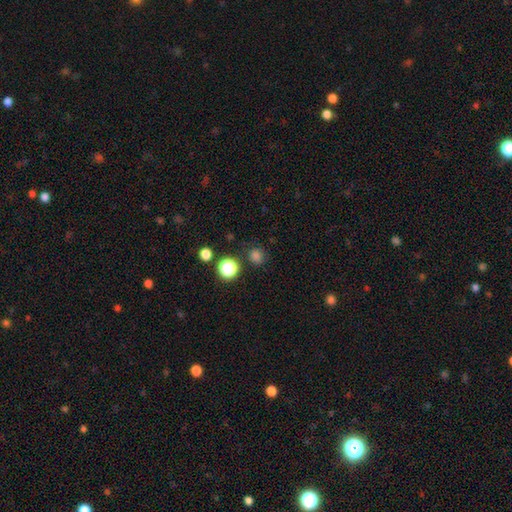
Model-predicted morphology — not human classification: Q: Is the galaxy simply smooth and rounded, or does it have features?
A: smooth — 78%.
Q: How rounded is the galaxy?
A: round — 88%.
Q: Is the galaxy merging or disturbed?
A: none — 81%.